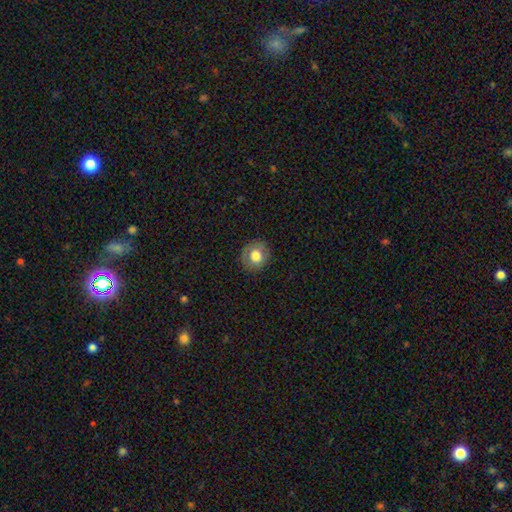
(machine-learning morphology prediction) smooth_or_featured: smooth (p=0.73) [alt: featured or disk p=0.18]
how_rounded: round (p=0.78) [alt: in between p=0.21]
merging: none (p=0.85) [alt: minor disturbance p=0.11]